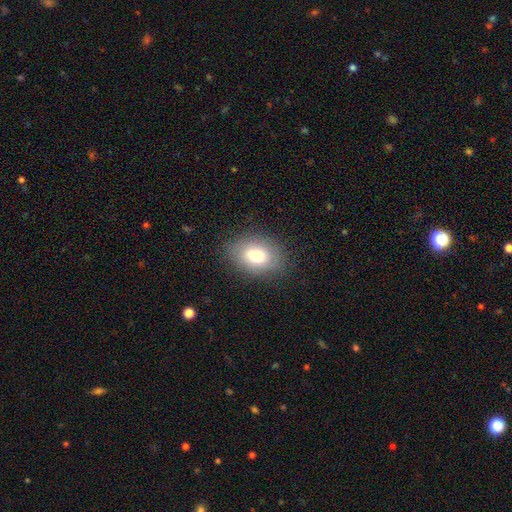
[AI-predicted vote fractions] A smooth galaxy with no disk features (79%) that is in between round and cigar-shaped (86%). Merging: none (82%).